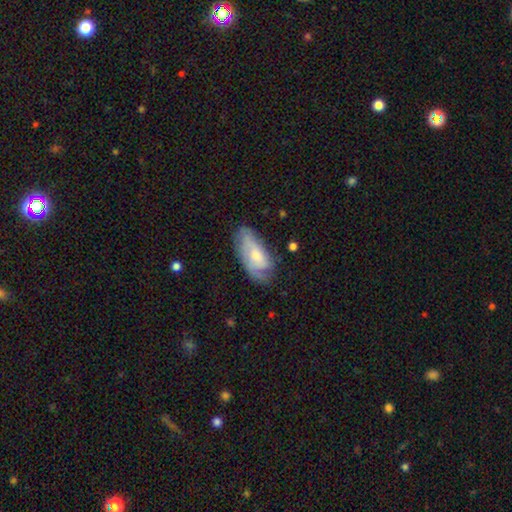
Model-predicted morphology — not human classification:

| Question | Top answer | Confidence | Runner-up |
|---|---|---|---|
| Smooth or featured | featured or disk | 53% | smooth (41%) |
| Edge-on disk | no | 89% | yes (11%) |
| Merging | none | 62% | minor disturbance (26%) |